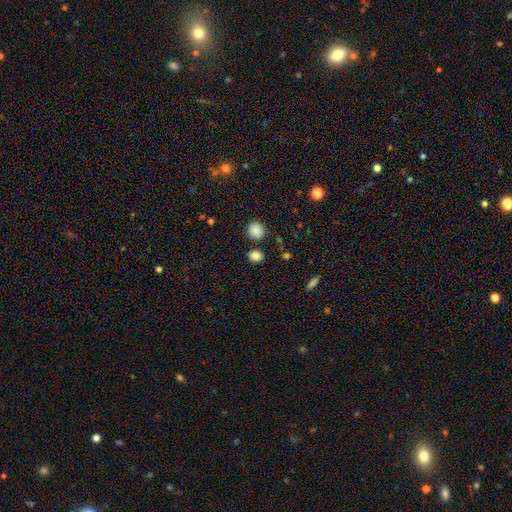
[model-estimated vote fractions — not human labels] Q: Smooth or featured?
A: smooth (85%); runner-up: star or artifact (11%)
Q: How rounded?
A: round (62%); runner-up: in between (37%)
Q: Merging?
A: none (82%); runner-up: minor disturbance (9%)